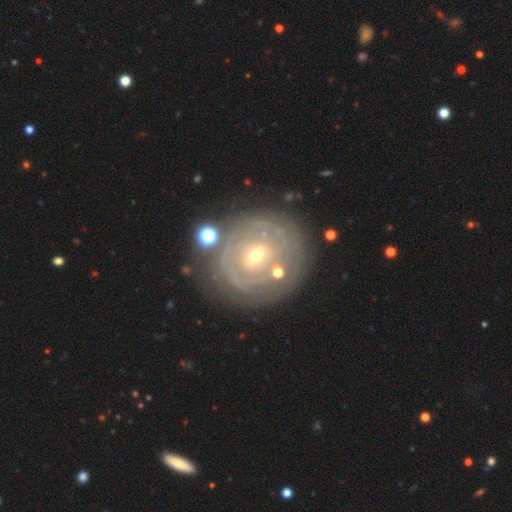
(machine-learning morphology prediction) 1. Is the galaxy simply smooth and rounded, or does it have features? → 82% featured or disk, 11% smooth, 6% star or artifact.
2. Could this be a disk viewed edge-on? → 97% no, 3% yes.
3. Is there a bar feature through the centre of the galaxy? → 59% no, 30% weak, 11% strong.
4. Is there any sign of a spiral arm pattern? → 85% yes, 15% no.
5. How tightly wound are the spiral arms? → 81% tight, 14% medium, 4% loose.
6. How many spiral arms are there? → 42% can't tell, 26% 2, 13% 3, 8% 4, 6% more than 4, 6% 1.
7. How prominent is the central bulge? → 64% small, 32% moderate, 2% large, 1% none, 1% dominant.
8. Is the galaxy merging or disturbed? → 76% none, 14% minor disturbance, 6% major disturbance, 4% merger.